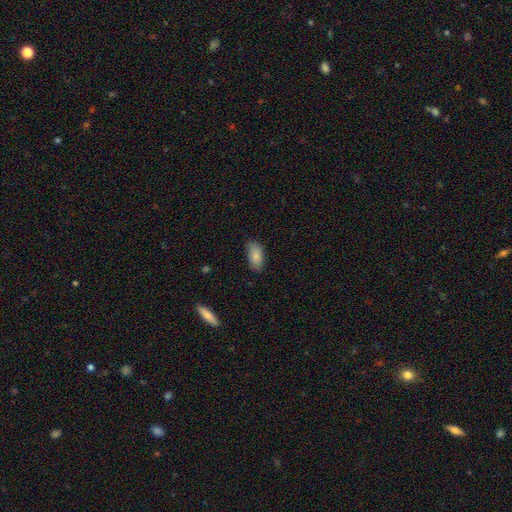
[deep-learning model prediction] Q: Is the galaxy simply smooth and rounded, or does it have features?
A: smooth — 84%.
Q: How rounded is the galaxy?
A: in between — 92%.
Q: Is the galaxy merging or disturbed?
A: none — 78%.